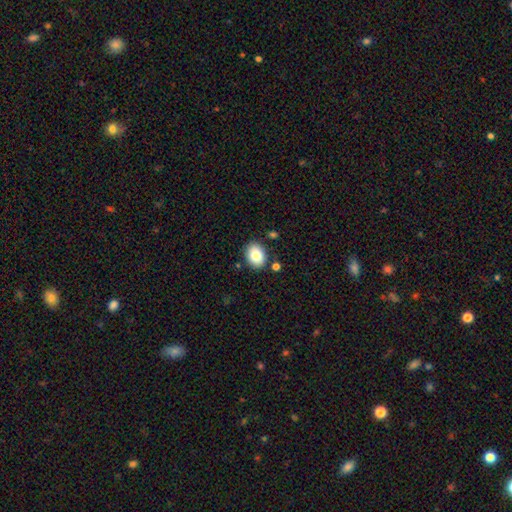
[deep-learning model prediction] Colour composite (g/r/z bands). It shows a smooth galaxy with no disk features (82%) that is in between round and cigar-shaped (61%). Merging: none (84%).